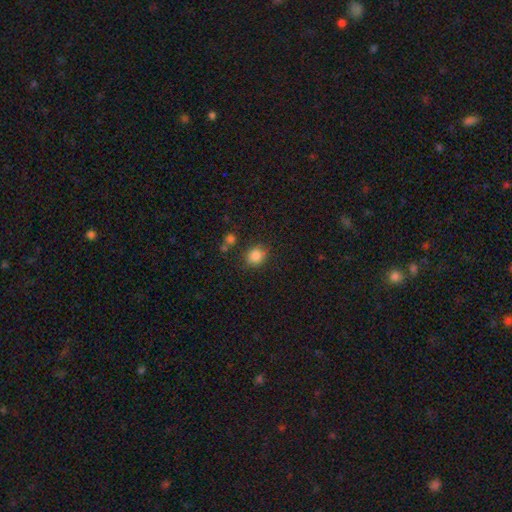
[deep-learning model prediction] Morphology: type=smooth (84%); roundness=round (78%); merging=none (78%).